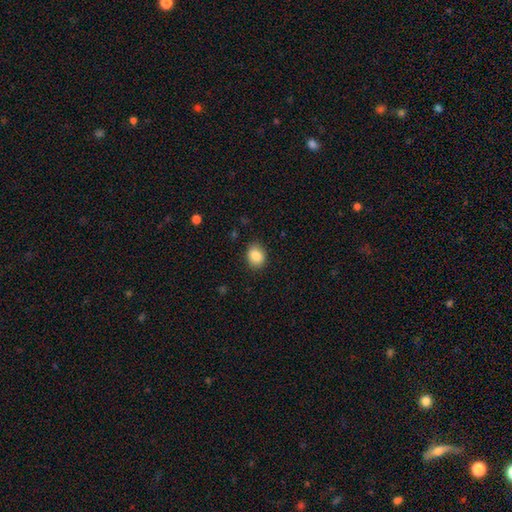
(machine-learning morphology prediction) This appears to be a smooth galaxy with no disk features (87%) that is round (53%). Merging: none (86%).